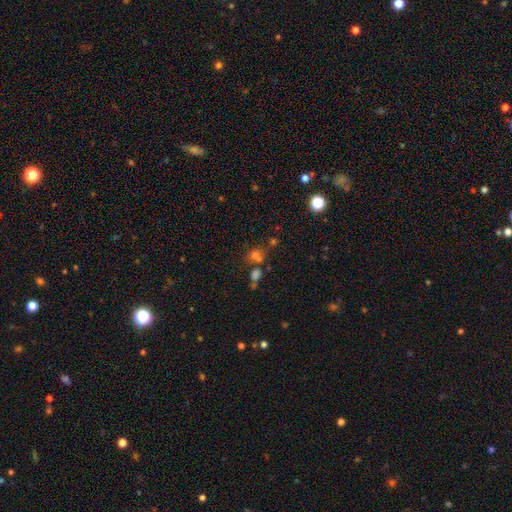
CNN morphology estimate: type=smooth (53%); roundness=round (64%); merging=none (47%).